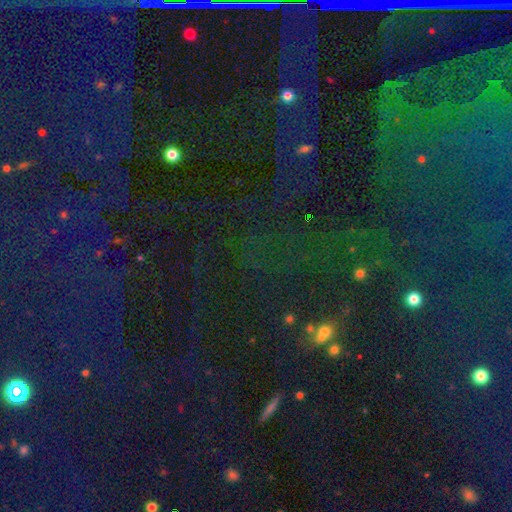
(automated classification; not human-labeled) This appears to be a star or artifact, not a galaxy (81%).